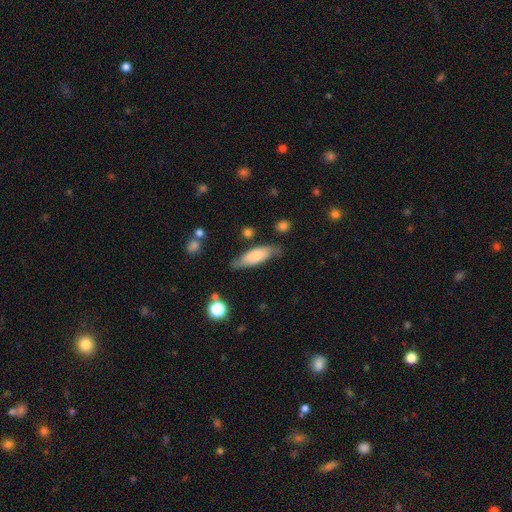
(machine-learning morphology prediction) smooth-or-featured: smooth: 66% | featured or disk: 27% | star or artifact: 7%
  how-rounded: in between: 61% | cigar-shaped: 37% | round: 2%
  merging: none: 66% | minor disturbance: 25% | major disturbance: 6% | merger: 3%